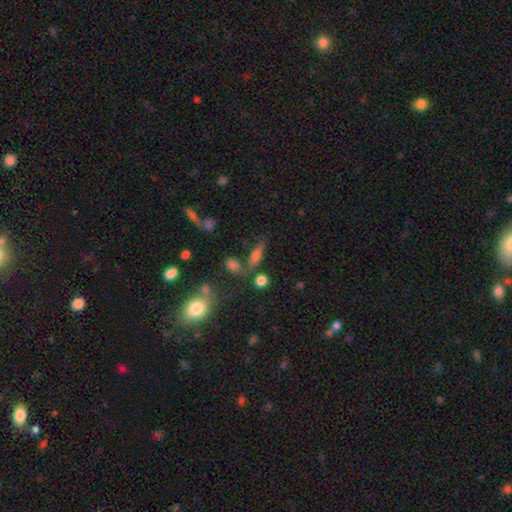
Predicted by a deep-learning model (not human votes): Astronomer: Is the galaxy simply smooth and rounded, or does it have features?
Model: smooth — 60%.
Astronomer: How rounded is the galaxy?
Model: cigar-shaped — 47% (runner-up: in between, 46%).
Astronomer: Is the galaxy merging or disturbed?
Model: none — 63%.